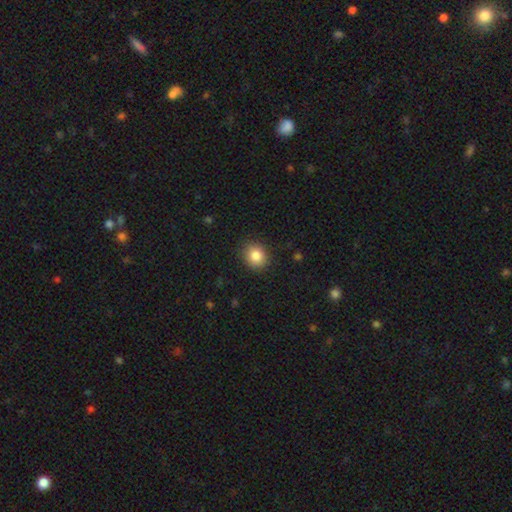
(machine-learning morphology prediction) smooth 84%, star or artifact 10%, featured or disk 6%. Down the decision tree: how rounded — round (75%); merging — none (89%).